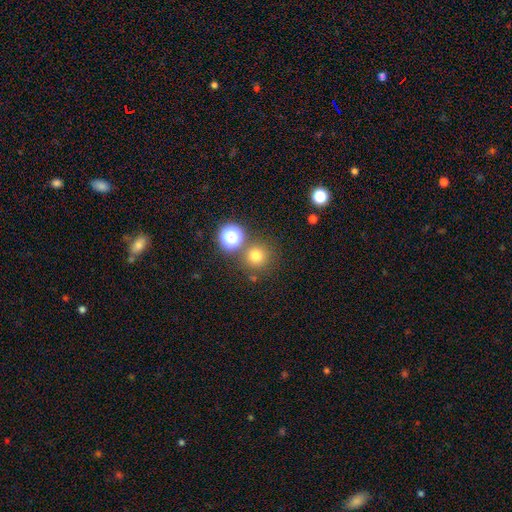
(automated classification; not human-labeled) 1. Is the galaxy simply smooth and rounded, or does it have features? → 74% smooth, 19% star or artifact, 7% featured or disk.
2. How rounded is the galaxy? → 94% round, 5% in between, 1% cigar-shaped.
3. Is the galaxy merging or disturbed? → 78% none, 11% merger, 8% minor disturbance, 3% major disturbance.